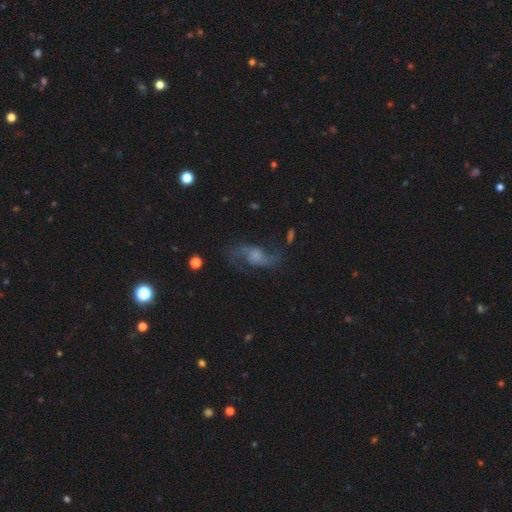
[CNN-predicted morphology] smooth_or_featured: featured or disk (p=0.76) [alt: smooth p=0.14]
disk_edge_on: no (p=0.94) [alt: yes p=0.06]
bar: no (p=0.56) [alt: weak p=0.36]
has_spiral_arms: yes (p=0.92) [alt: no p=0.08]
spiral_winding: loose (p=0.74) [alt: medium p=0.22]
spiral_arm_count: 2 (p=0.90) [alt: can't tell p=0.04]
bulge_size: none (p=0.30) [alt: small p=0.29]
merging: none (p=0.65) [alt: minor disturbance p=0.17]